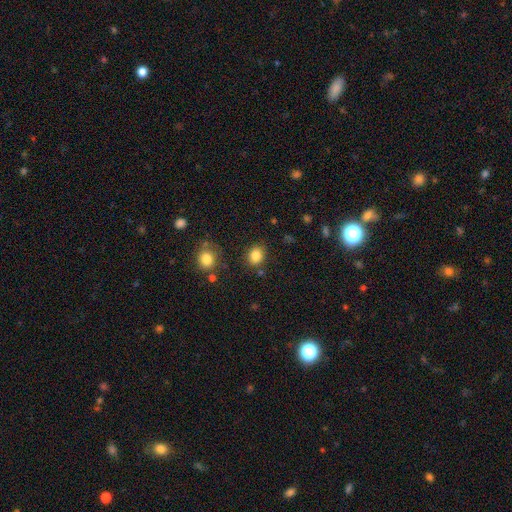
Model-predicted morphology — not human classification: smooth 84%, star or artifact 10%, featured or disk 5%. Down the decision tree: how rounded — round (55%); merging — none (82%).